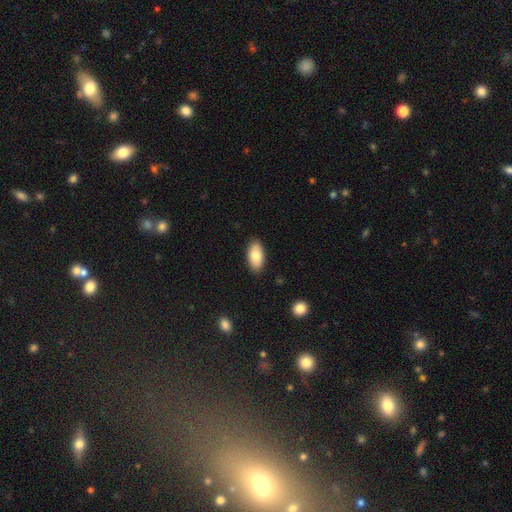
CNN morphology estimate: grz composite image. It shows a smooth galaxy with no disk features (82%) that is in between round and cigar-shaped (93%). Merging: none (88%).